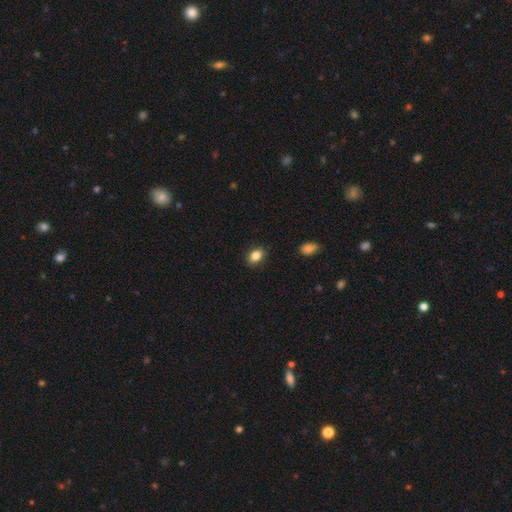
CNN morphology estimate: type=smooth (85%); roundness=in between (79%); merging=none (86%).